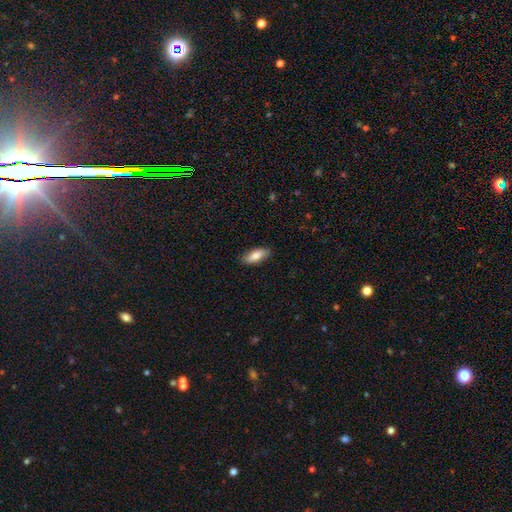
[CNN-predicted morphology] This appears to be a smooth galaxy with no disk features (80%) that is in between round and cigar-shaped (79%). Merging: none (87%).